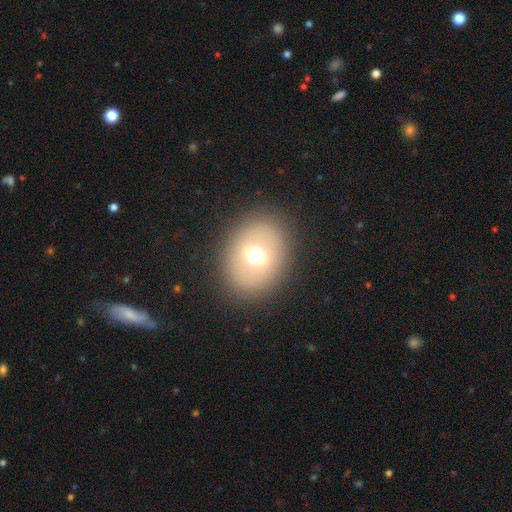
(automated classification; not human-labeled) Smooth or featured? Predicted: smooth (p=0.62). How rounded? Predicted: round (p=0.60). Merging? Predicted: none (p=0.86).